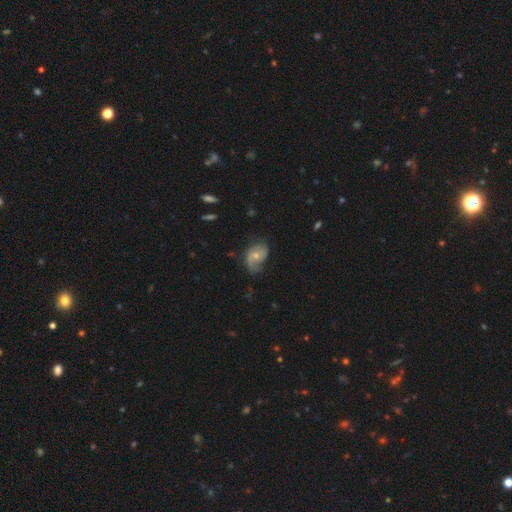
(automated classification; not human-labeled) Morphology: type=featured or disk (69%); edge-on=no (97%); bar=no (67%); spiral arms=yes (90%); winding=medium (42%); arm count=2 (66%); bulge=moderate (51%); merging=none (56%).